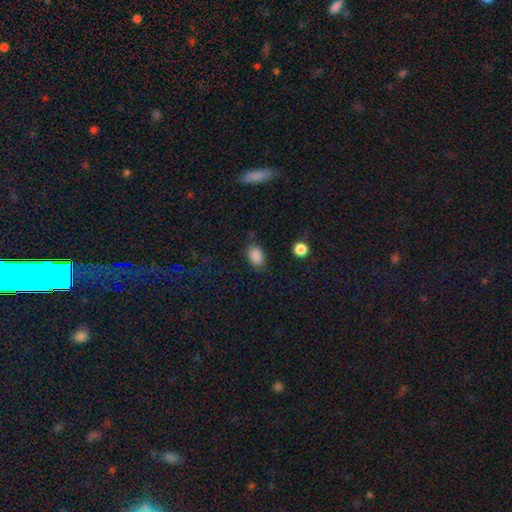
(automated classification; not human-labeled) Morphology: type=smooth (86%); roundness=in between (85%); merging=none (76%).